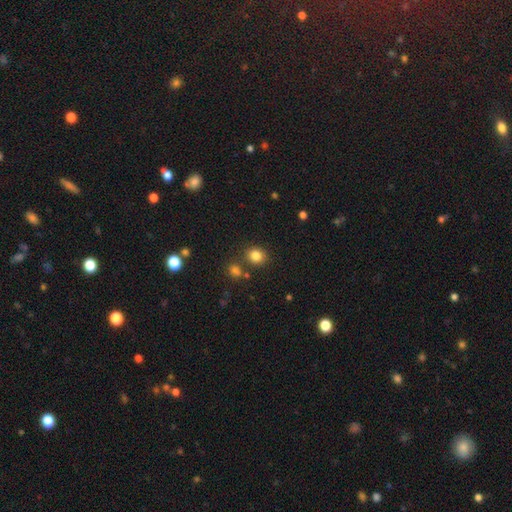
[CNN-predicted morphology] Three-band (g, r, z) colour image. It shows a smooth galaxy with no disk features (82%) that is round (72%). Merging: none (78%).